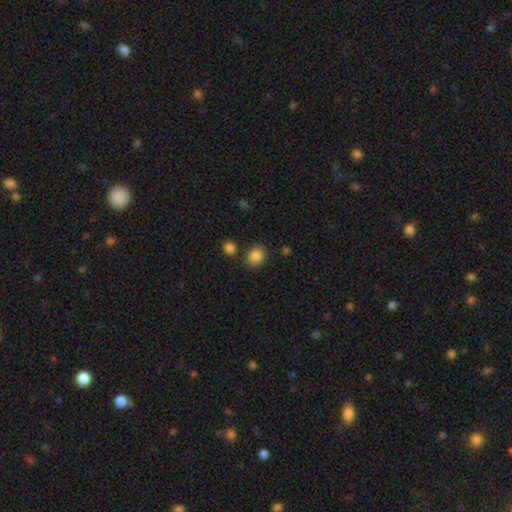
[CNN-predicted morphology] Smooth or featured? smooth (85%)
How rounded? round (75%)
Merging? none (82%)